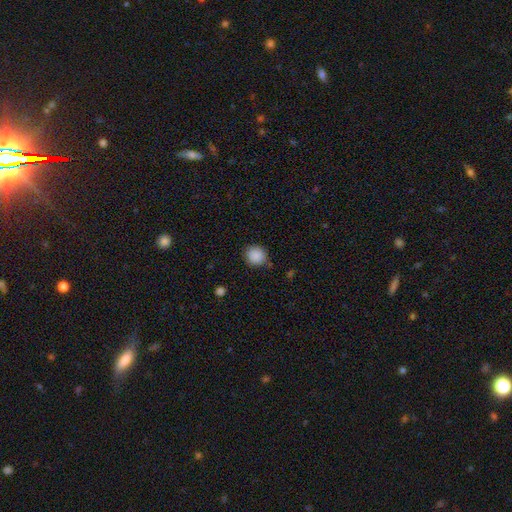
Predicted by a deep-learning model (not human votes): Morphology: type=smooth (89%); roundness=round (86%); merging=none (86%).